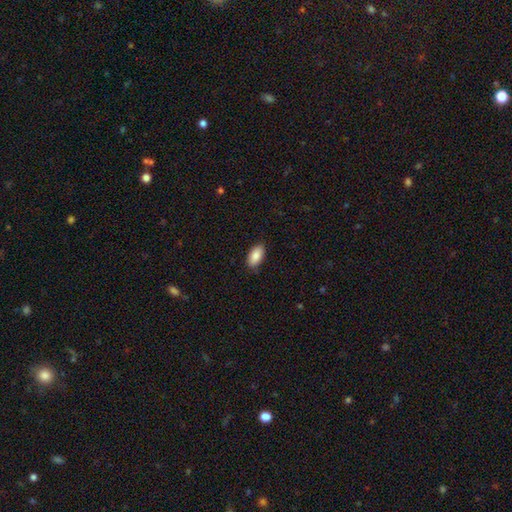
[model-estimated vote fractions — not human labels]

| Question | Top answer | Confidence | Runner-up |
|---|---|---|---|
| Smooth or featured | smooth | 88% | star or artifact (6%) |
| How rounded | in between | 94% | cigar-shaped (4%) |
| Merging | none | 86% | minor disturbance (10%) |